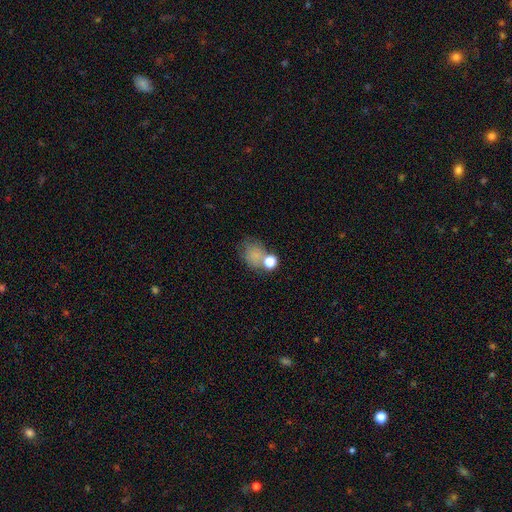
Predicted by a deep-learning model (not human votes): Smooth or featured? smooth (71%)
How rounded? round (53%)
Merging? none (46%)